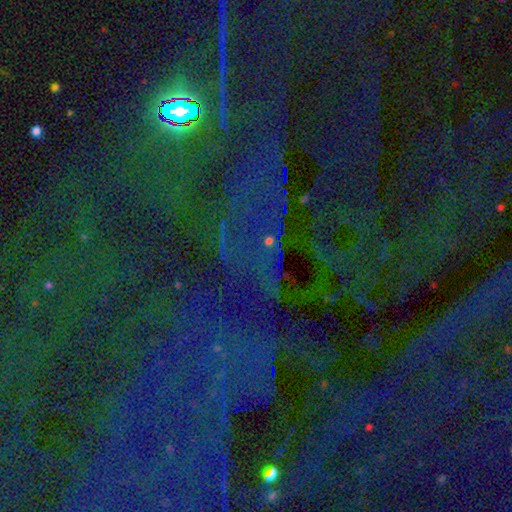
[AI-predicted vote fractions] Morphology: type=star or artifact (84%).